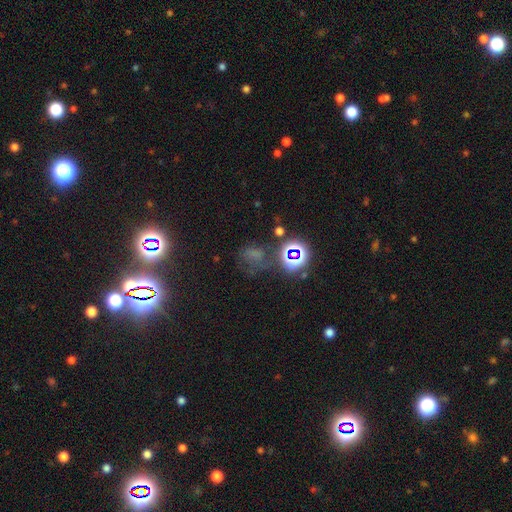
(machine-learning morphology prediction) Overall: star or artifact (50%; smooth 34%).